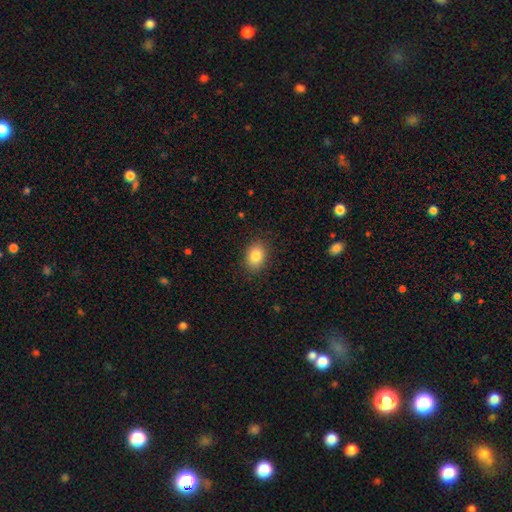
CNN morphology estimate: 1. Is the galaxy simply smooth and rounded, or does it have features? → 84% smooth, 9% star or artifact, 7% featured or disk.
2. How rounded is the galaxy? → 74% in between, 25% round, 1% cigar-shaped.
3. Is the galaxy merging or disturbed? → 88% none, 9% minor disturbance, 2% major disturbance, 1% merger.